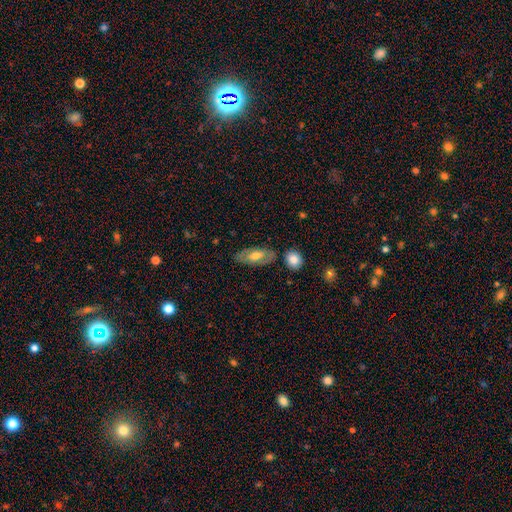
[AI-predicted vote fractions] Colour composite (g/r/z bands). It shows a smooth galaxy with no disk features (53%) that is in between round and cigar-shaped (87%). Merging: none (77%).